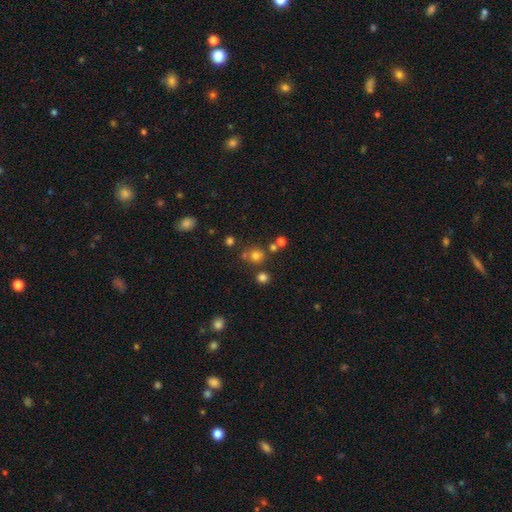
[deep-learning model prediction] Overall: smooth (69%). How rounded: round (87%). Merging: none (70%).